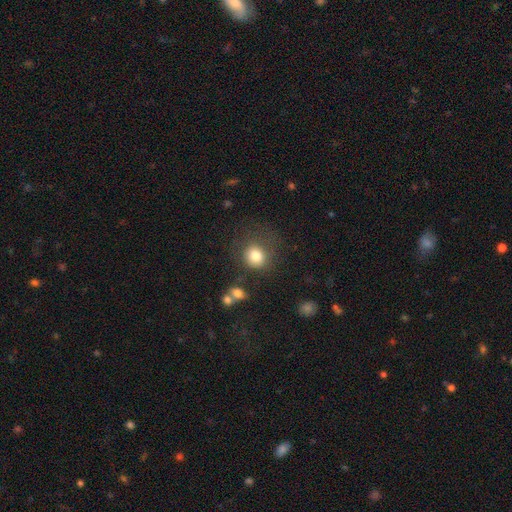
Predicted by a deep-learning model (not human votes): smooth 81%, star or artifact 11%, featured or disk 8%. Down the decision tree: how rounded — round (78%); merging — none (64%).